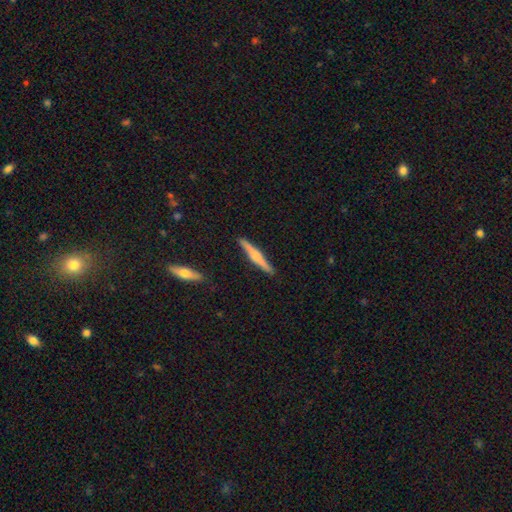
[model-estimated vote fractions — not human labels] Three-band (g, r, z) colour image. It shows a featured or disk galaxy (58%) viewed edge-on (98%) with a rounded central bulge (75%). Merging: none (90%).